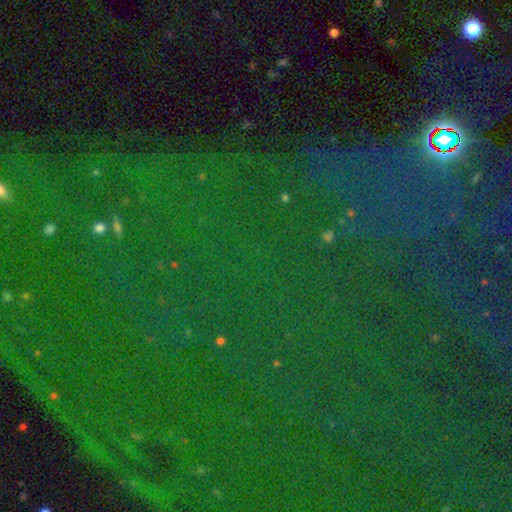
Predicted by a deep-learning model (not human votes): smooth_or_featured: star or artifact (p=0.82) [alt: smooth p=0.11]